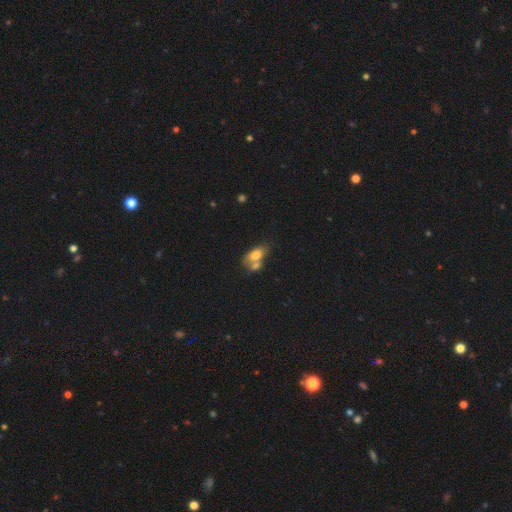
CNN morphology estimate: Overall: smooth (73%). How rounded: in between (86%). Merging: merger (54%; none 29%).